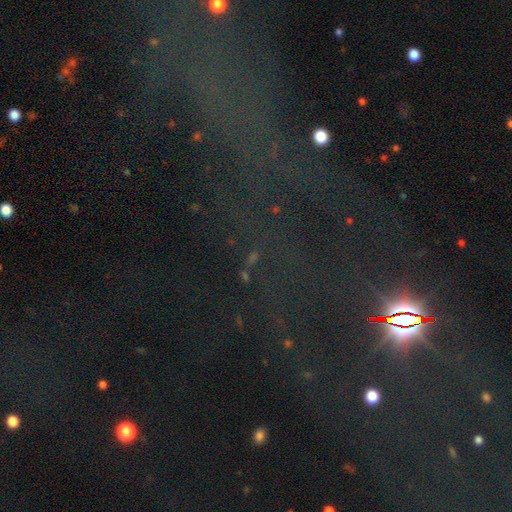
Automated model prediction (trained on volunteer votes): The model was most divided on "smooth or featured": star or artifact: 79%, smooth: 12%, featured or disk: 9%.